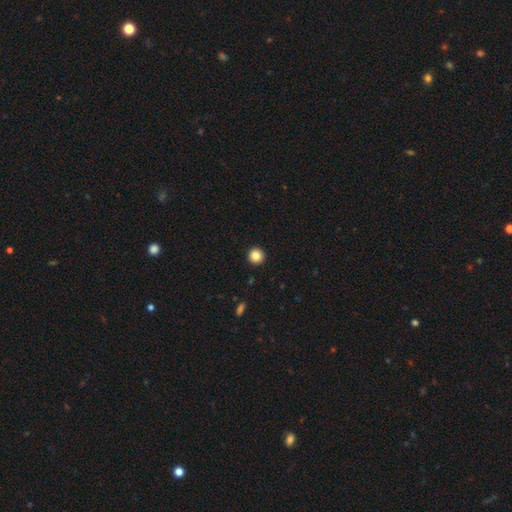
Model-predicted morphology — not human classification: Smooth or featured? Predicted: smooth (p=0.85). How rounded? Predicted: round (p=0.96). Merging? Predicted: none (p=0.94).